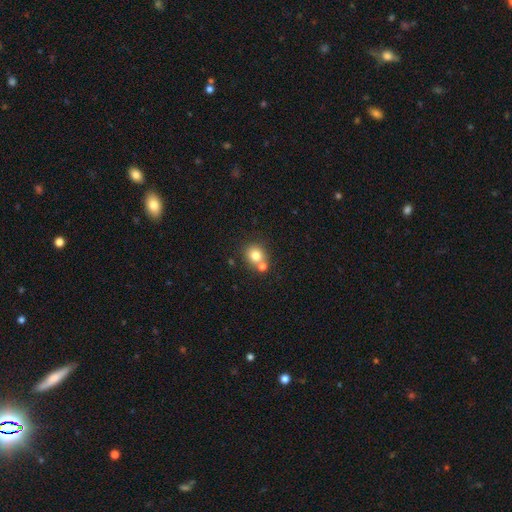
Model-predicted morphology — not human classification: The model was most divided on "merging": none: 58%, merger: 31%, minor disturbance: 9%, major disturbance: 3%. More confident: how rounded — round (81%); smooth or featured — smooth (78%).